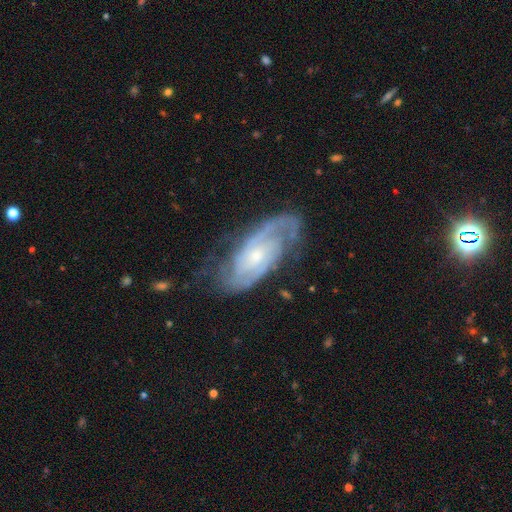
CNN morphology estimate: This is clearly a featured or disk galaxy (87%). It is clearly not viewed edge-on (95%). Bar: likely no (60%). Spiral arm pattern: clearly yes (97%). Spiral arm count: likely 2 (69%). Spiral winding: possibly tight (50%). Central bulge: possibly small (59%). Merging: likely none (68%).